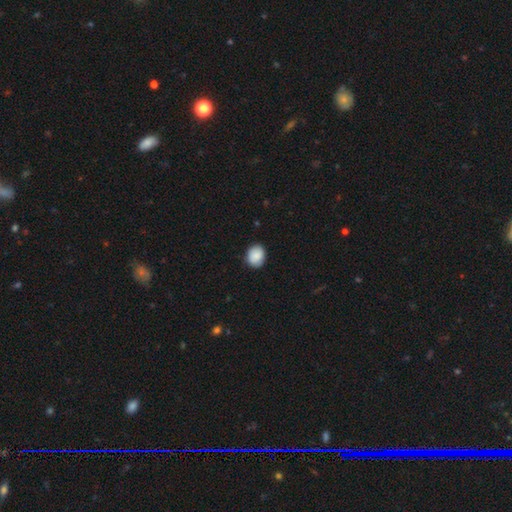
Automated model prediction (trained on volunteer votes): A smooth galaxy with no disk features (88%) that is round (55%).

Vote fractions:
- Smooth or featured? smooth: 88% / star or artifact: 7% / featured or disk: 5%
- How rounded? round: 55% / in between: 44% / cigar-shaped: 1%
- Merging? none: 85% / minor disturbance: 12% / major disturbance: 2% / merger: 1%